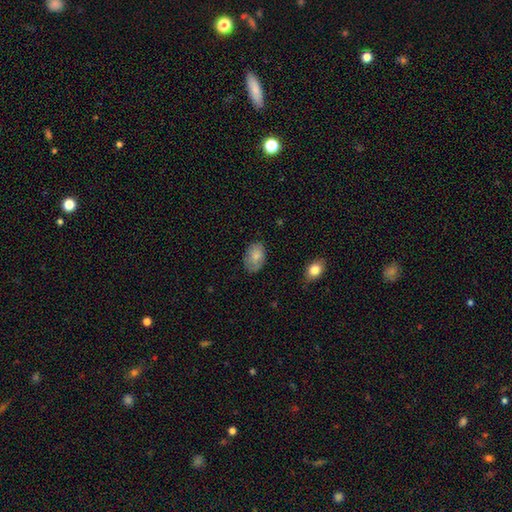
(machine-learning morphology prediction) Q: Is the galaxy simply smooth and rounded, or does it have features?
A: smooth — 80%.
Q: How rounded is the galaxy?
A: in between — 88%.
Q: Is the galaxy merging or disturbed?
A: none — 76%.